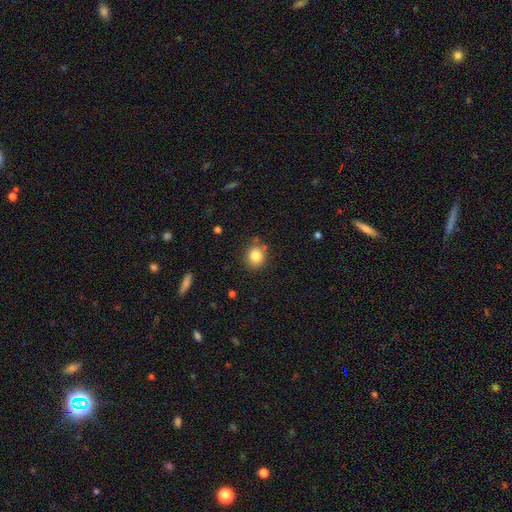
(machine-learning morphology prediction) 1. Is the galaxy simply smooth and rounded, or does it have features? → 83% smooth, 10% star or artifact, 7% featured or disk.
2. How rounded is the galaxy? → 74% round, 25% in between, 1% cigar-shaped.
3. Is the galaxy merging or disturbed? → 79% none, 12% minor disturbance, 5% merger, 3% major disturbance.